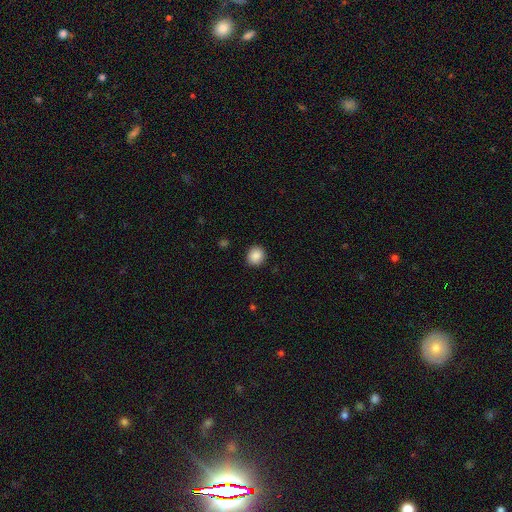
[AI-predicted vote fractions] Smooth or featured? Predicted: smooth (p=0.88). How rounded? Predicted: round (p=0.82). Merging? Predicted: none (p=0.90).